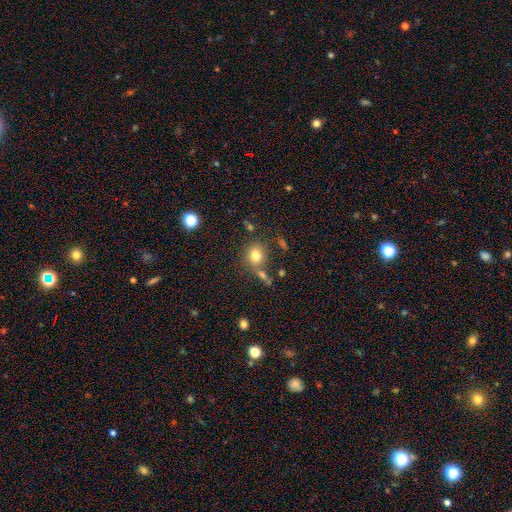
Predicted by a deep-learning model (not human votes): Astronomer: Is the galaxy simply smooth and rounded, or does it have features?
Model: smooth — 78%.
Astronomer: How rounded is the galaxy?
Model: round — 73%.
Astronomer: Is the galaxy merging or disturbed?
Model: none — 65%.